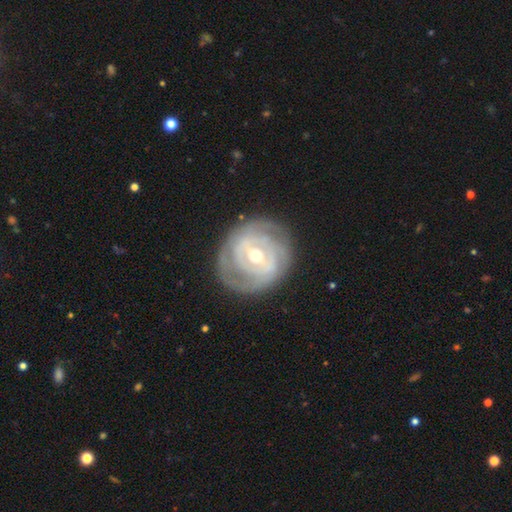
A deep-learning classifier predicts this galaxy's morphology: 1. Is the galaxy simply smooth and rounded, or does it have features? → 82% featured or disk, 13% smooth, 5% star or artifact.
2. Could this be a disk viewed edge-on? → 97% no, 3% yes.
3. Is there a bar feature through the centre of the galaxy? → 45% weak, 32% no, 24% strong.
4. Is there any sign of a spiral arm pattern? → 85% yes, 15% no.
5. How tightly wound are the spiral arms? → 72% tight, 22% medium, 6% loose.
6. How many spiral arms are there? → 36% 2, 34% can't tell, 15% 3, 6% 4, 5% 1, 4% more than 4.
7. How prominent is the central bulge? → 64% moderate, 31% small, 3% large, 1% none, 1% dominant.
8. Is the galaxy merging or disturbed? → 80% none, 14% minor disturbance, 6% major disturbance, 1% merger.